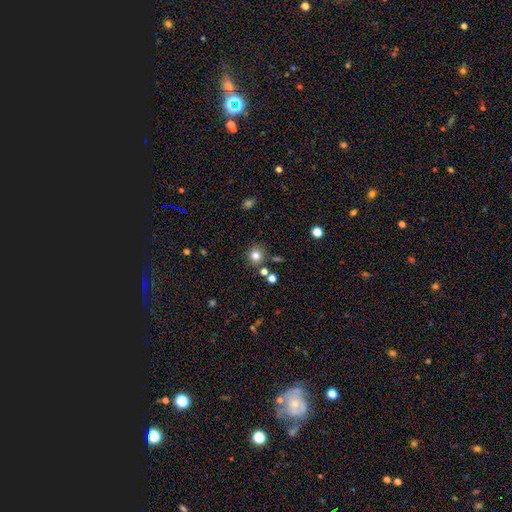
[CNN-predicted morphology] smooth 79%, star or artifact 14%, featured or disk 7%. Down the decision tree: how rounded — round (91%); merging — none (81%).